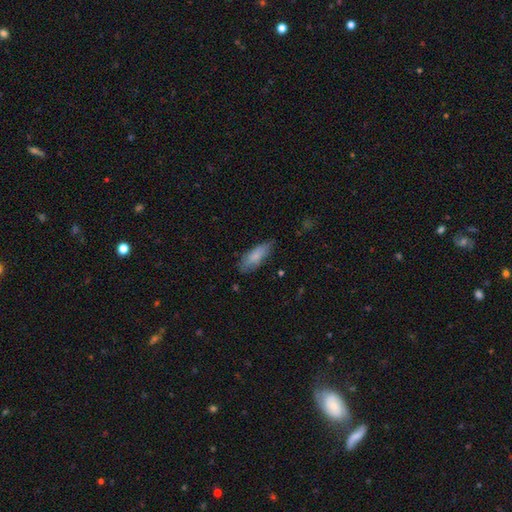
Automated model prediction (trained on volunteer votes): smooth-or-featured: smooth: 79% | featured or disk: 15% | star or artifact: 6%
  how-rounded: in between: 69% | cigar-shaped: 29% | round: 2%
  merging: none: 70% | minor disturbance: 24% | major disturbance: 5% | merger: 2%